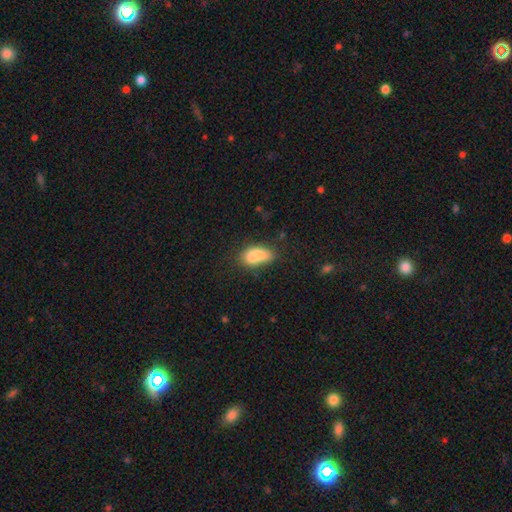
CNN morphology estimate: The model was most divided on "merging": none: 40%, minor disturbance: 25%, merger: 25%, major disturbance: 11%. More confident: how rounded — in between (88%); smooth or featured — smooth (79%).